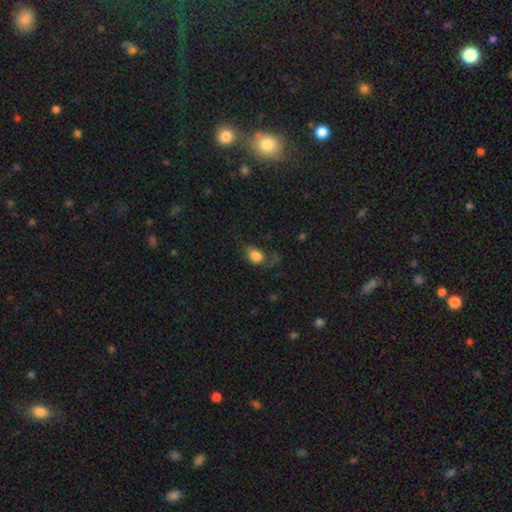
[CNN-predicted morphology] Q: Smooth or featured?
A: smooth (80%); runner-up: star or artifact (10%)
Q: How rounded?
A: in between (78%); runner-up: round (20%)
Q: Merging?
A: none (39%); runner-up: major disturbance (31%)